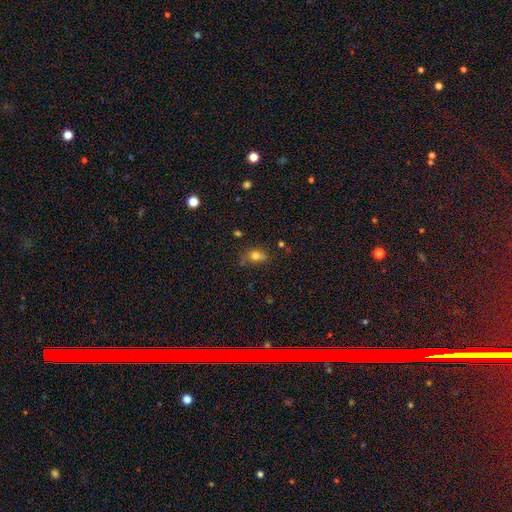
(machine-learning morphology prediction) type=smooth (76%); roundness=in between (58%); merging=none (53%).